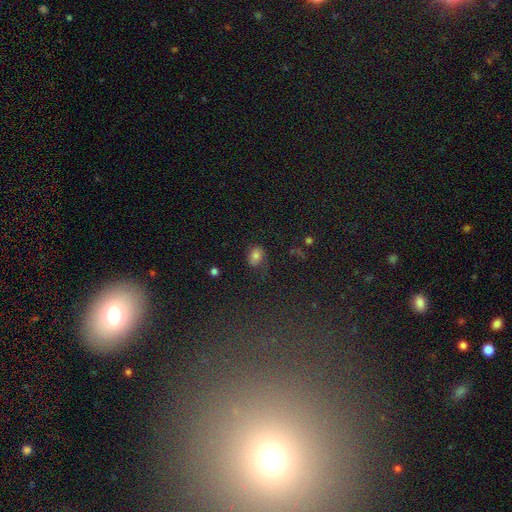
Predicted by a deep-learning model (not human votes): Smooth or featured?
  - smooth: 69% *
  - featured or disk: 17%
  - star or artifact: 14%
How rounded?
  - in between: 66% *
  - round: 33%
  - cigar-shaped: 1%
Merging?
  - none: 62% *
  - minor disturbance: 24%
  - major disturbance: 12%
  - merger: 2%